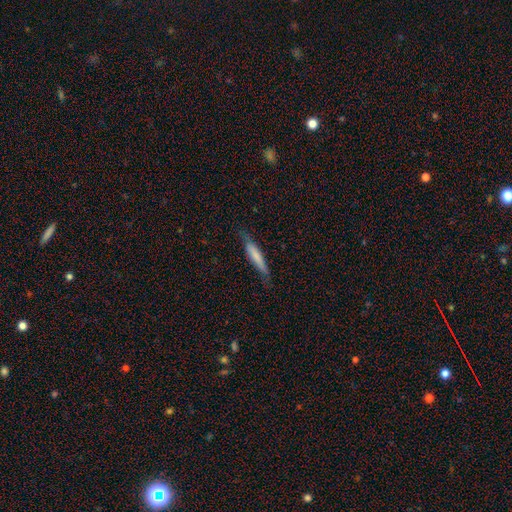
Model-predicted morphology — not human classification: smooth-or-featured: smooth: 65% | featured or disk: 29% | star or artifact: 6%
  how-rounded: cigar-shaped: 89% | in between: 10% | round: 1%
  merging: none: 74% | minor disturbance: 20% | major disturbance: 5% | merger: 1%